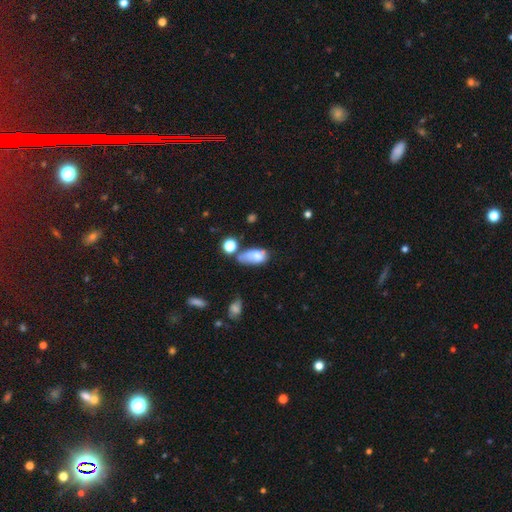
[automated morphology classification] Smooth or featured?
  - smooth: 70% *
  - featured or disk: 19%
  - star or artifact: 11%
How rounded?
  - in between: 88% *
  - round: 6%
  - cigar-shaped: 6%
Merging?
  - minor disturbance: 30% *
  - none: 27%
  - merger: 22%
  - major disturbance: 21%